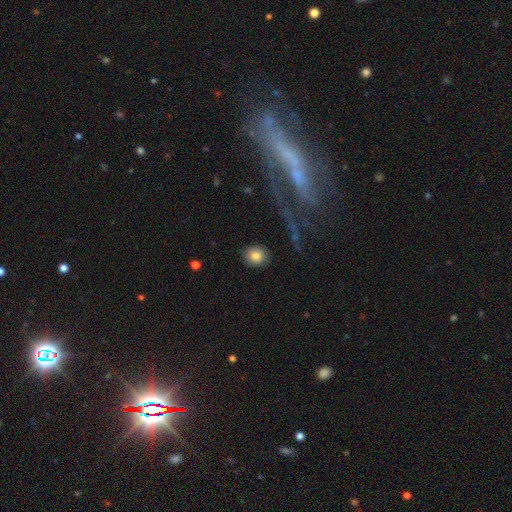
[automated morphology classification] smooth_or_featured: smooth (p=0.83) [alt: star or artifact p=0.09]
how_rounded: round (p=0.77) [alt: in between p=0.22]
merging: none (p=0.87) [alt: minor disturbance p=0.09]